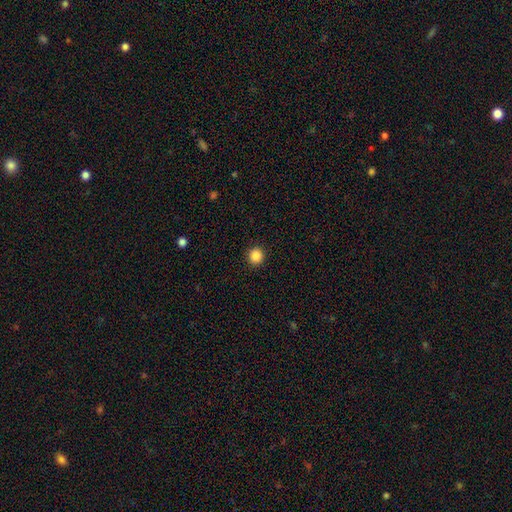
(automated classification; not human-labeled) Smooth or featured? Predicted: smooth (p=0.87). How rounded? Predicted: round (p=0.92). Merging? Predicted: none (p=0.92).